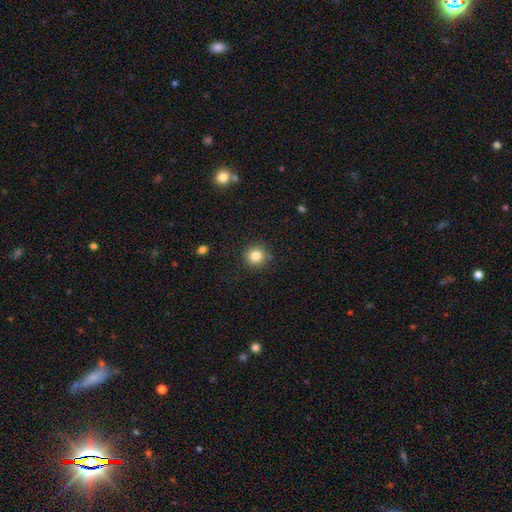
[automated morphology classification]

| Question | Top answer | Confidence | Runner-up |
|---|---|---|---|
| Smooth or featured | smooth | 82% | star or artifact (11%) |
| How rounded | round | 94% | in between (5%) |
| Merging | none | 90% | minor disturbance (7%) |